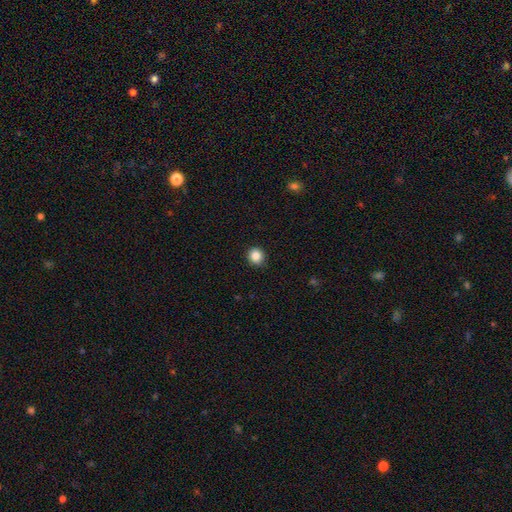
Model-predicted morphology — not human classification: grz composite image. It shows a smooth galaxy with no disk features (85%) that is round (91%). Merging: none (91%).